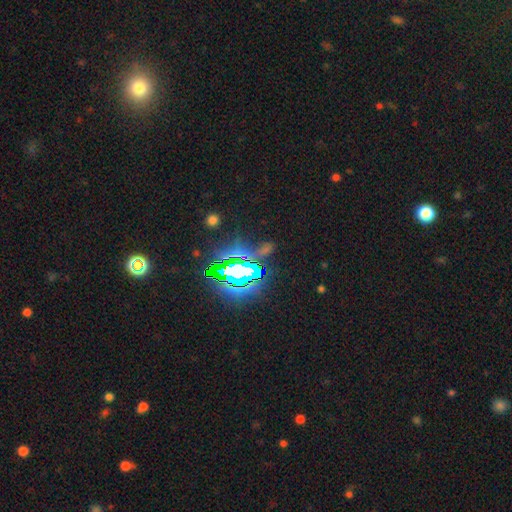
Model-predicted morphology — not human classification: The model was most divided on "smooth or featured": star or artifact: 83%, smooth: 9%, featured or disk: 8%.